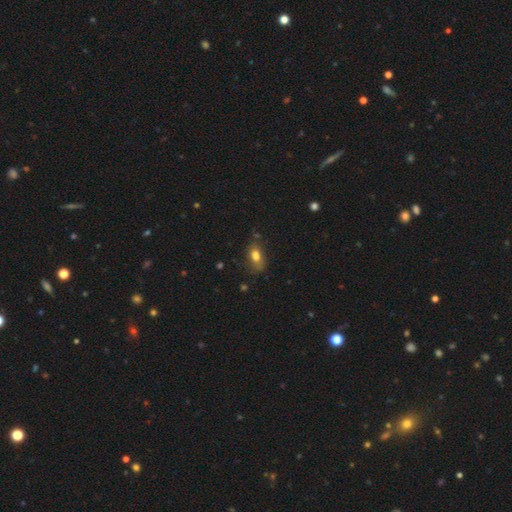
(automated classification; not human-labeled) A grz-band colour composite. It shows a smooth galaxy with no disk features (76%) that is in between round and cigar-shaped (84%). Merging: none (58%).